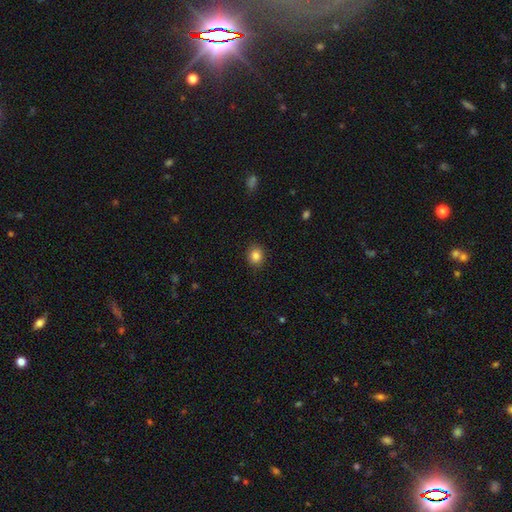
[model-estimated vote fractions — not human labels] Smooth or featured? Predicted: smooth (p=0.85). How rounded? Predicted: round (p=0.68). Merging? Predicted: none (p=0.89).